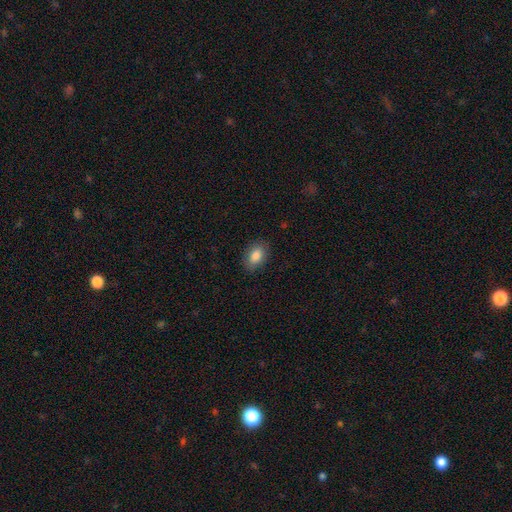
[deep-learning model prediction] Q: Smooth or featured?
A: smooth (86%); runner-up: star or artifact (7%)
Q: How rounded?
A: in between (88%); runner-up: round (10%)
Q: Merging?
A: none (84%); runner-up: minor disturbance (12%)